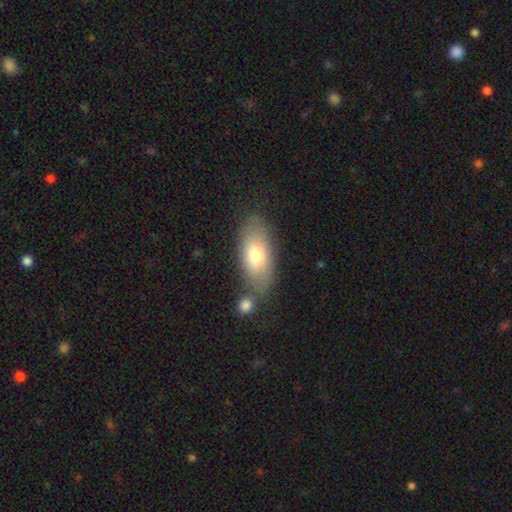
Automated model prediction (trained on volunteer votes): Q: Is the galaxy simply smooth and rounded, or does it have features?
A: smooth — 73%.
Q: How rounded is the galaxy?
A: in between — 87%.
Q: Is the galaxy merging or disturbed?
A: none — 63%.